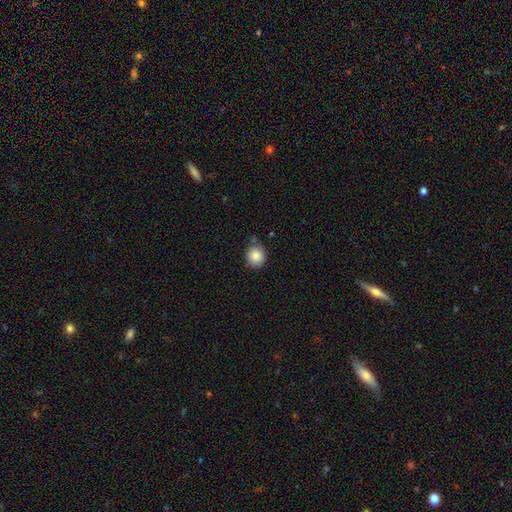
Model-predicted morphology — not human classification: Smooth or featured? Predicted: smooth (p=0.84). How rounded? Predicted: round (p=0.86). Merging? Predicted: none (p=0.71).